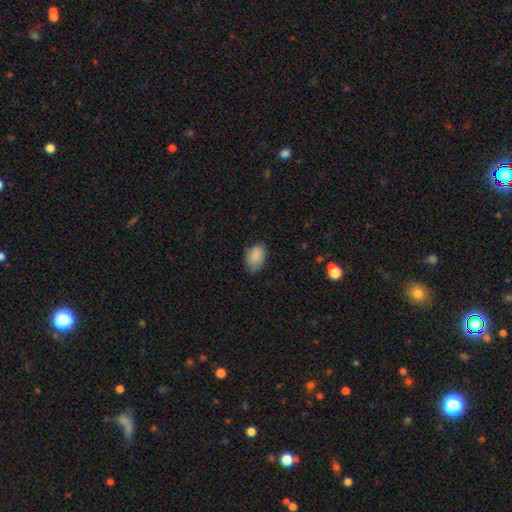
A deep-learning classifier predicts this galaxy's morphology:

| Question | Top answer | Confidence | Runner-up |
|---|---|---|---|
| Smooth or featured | smooth | 86% | star or artifact (8%) |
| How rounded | in between | 86% | round (13%) |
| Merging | none | 68% | minor disturbance (25%) |